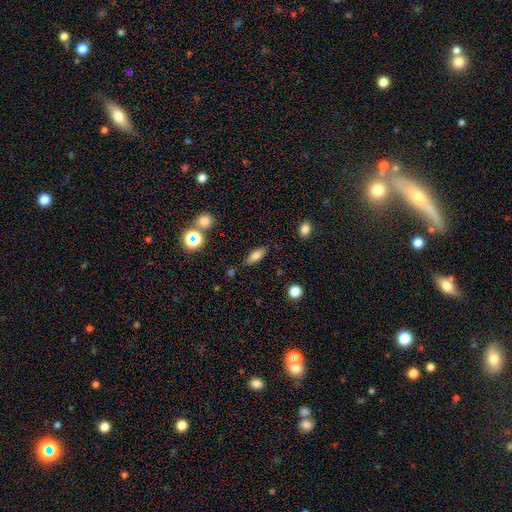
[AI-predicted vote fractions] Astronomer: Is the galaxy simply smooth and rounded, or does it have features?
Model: smooth — 75%.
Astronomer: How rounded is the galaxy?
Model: in between — 68%.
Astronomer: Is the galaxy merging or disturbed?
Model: none — 78%.